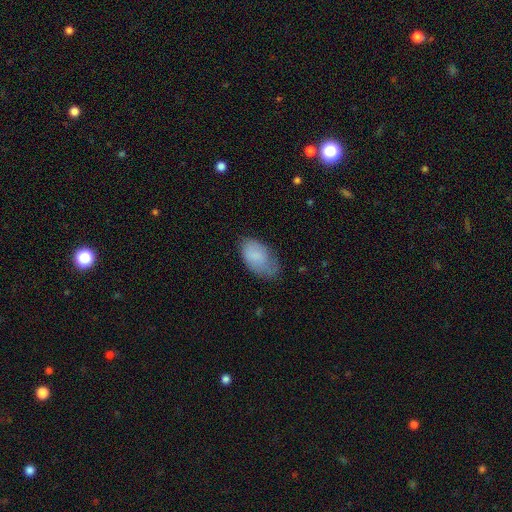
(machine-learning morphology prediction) A smooth galaxy with no disk features (80%) that is in between round and cigar-shaped (94%).

Vote fractions:
- Smooth or featured? smooth: 80% / featured or disk: 13% / star or artifact: 7%
- How rounded? in between: 94% / round: 4% / cigar-shaped: 2%
- Merging? none: 51% / minor disturbance: 36% / major disturbance: 12% / merger: 2%